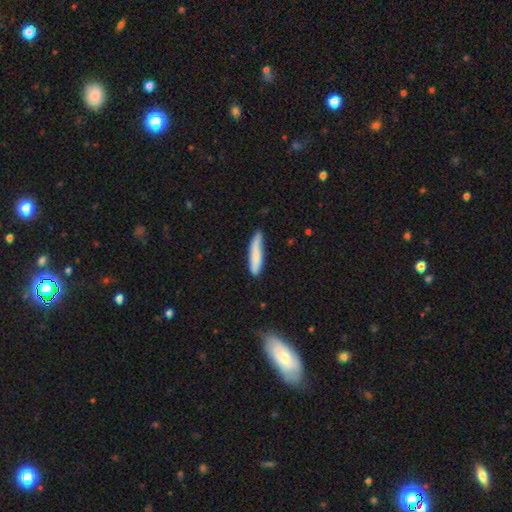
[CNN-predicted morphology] Smooth or featured? Predicted: smooth (p=0.77). How rounded? Predicted: cigar-shaped (p=0.86). Merging? Predicted: none (p=0.69).